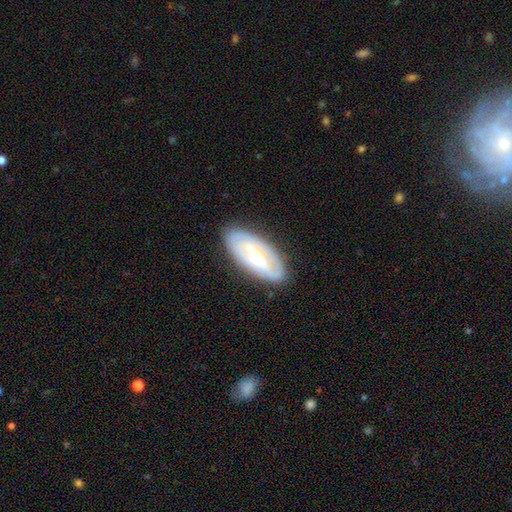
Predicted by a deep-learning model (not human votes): This appears to be a featured or disk galaxy (67%) with a strong bar (43%), no spiral arms (57%) and a moderate central bulge (64%). Merging: none (84%).